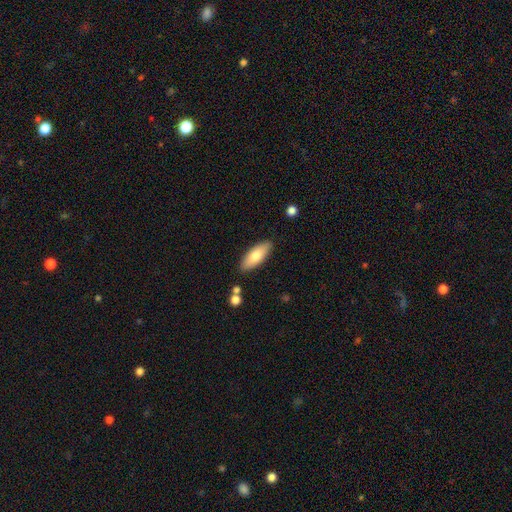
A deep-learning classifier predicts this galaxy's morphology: Smooth or featured? Predicted: smooth (p=0.77). How rounded? Predicted: in between (p=0.72). Merging? Predicted: none (p=0.87).